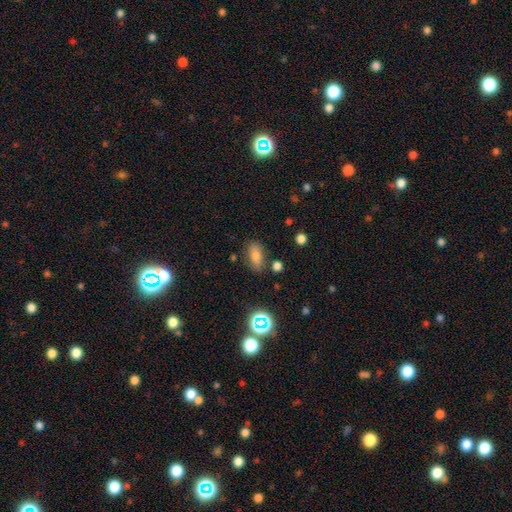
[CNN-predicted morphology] Q: Smooth or featured?
A: smooth (75%); runner-up: star or artifact (14%)
Q: How rounded?
A: in between (83%); runner-up: round (9%)
Q: Merging?
A: none (77%); runner-up: minor disturbance (14%)